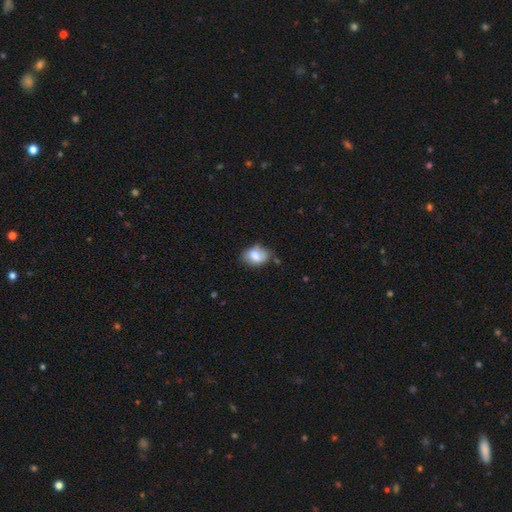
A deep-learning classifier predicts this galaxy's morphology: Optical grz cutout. It shows a smooth galaxy with no disk features (76%) that is in between round and cigar-shaped (80%). Merging: none (58%).